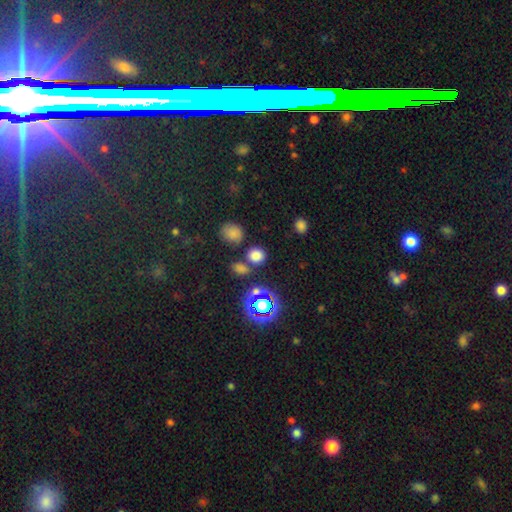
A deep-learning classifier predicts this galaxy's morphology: Q: Smooth or featured?
A: smooth (71%); runner-up: star or artifact (24%)
Q: How rounded?
A: round (80%); runner-up: in between (18%)
Q: Merging?
A: none (76%); runner-up: merger (13%)